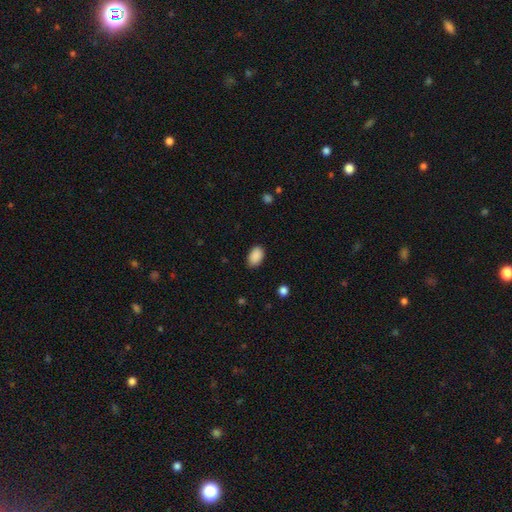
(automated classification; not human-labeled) smooth 90%, star or artifact 7%, featured or disk 3%. Down the decision tree: how rounded — in between (90%); merging — none (85%).